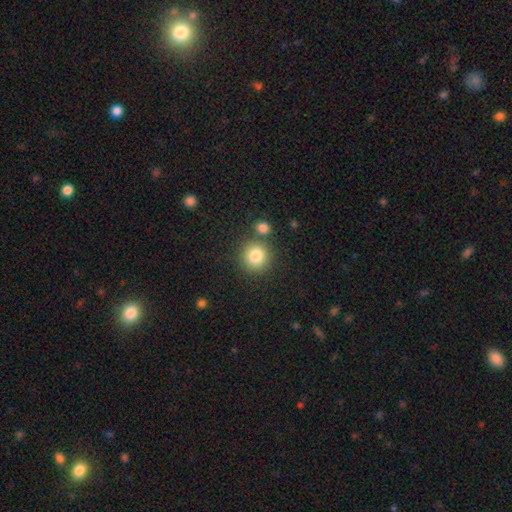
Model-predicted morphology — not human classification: Smooth or featured? smooth (82%)
How rounded? round (92%)
Merging? none (77%)